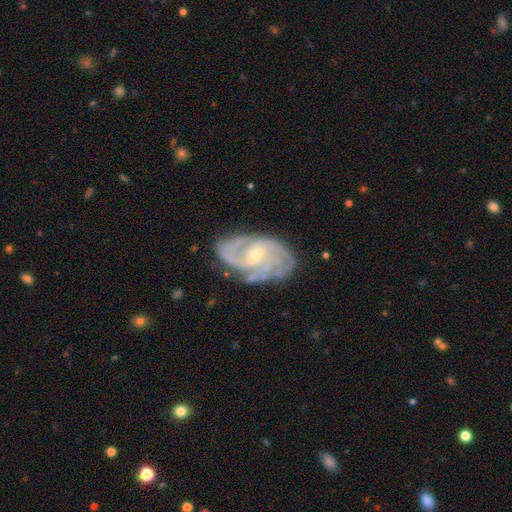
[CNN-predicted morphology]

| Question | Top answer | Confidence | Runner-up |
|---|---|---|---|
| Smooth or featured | featured or disk | 88% | smooth (6%) |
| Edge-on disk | no | 97% | yes (3%) |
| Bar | no | 48% | weak (41%) |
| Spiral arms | yes | 97% | no (3%) |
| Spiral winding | tight | 50% | medium (39%) |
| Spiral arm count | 3 | 27% | can't tell (23%) |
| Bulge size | small | 66% | moderate (30%) |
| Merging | none | 72% | minor disturbance (19%) |